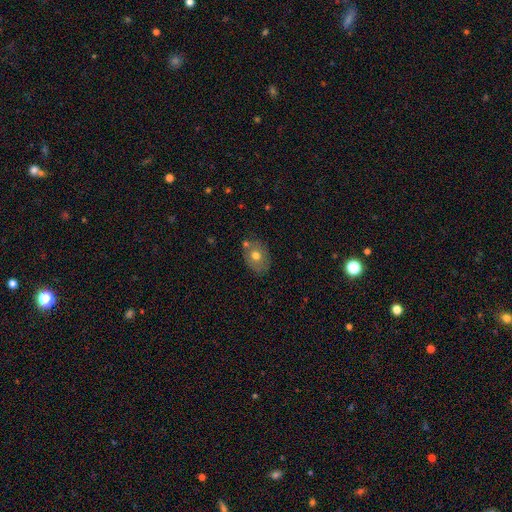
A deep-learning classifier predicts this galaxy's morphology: A smooth galaxy with no disk features (65%) that is in between round and cigar-shaped (64%). Merging: none (73%).